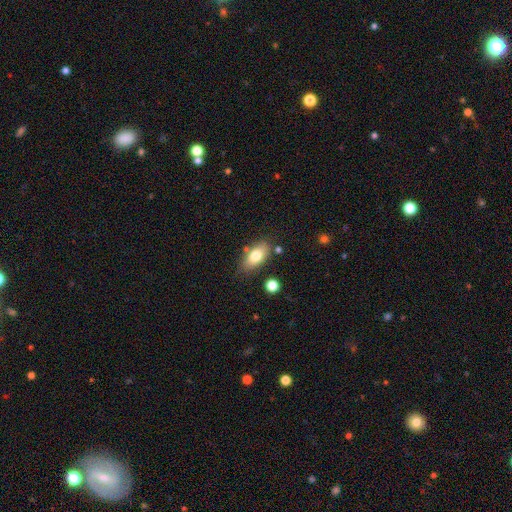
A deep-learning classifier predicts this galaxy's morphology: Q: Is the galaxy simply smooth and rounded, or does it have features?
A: smooth — 77%.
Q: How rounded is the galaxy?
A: in between — 87%.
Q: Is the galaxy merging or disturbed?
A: none — 77%.